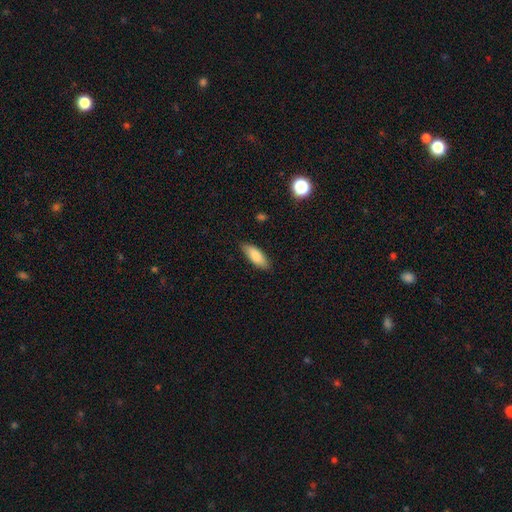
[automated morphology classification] Smooth or featured?
  - smooth: 85% *
  - featured or disk: 9%
  - star or artifact: 6%
How rounded?
  - in between: 71% *
  - cigar-shaped: 27%
  - round: 2%
Merging?
  - none: 83% *
  - minor disturbance: 13%
  - major disturbance: 2%
  - merger: 1%